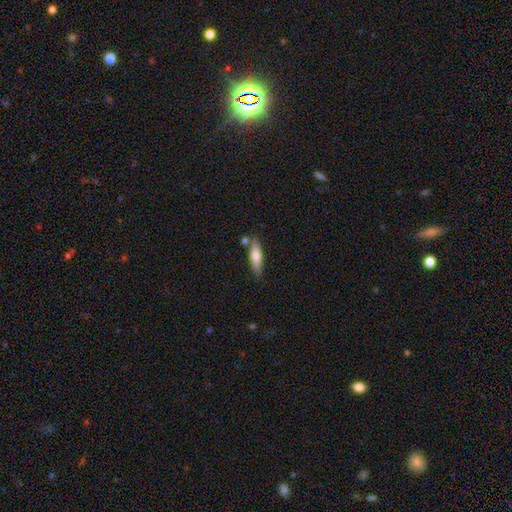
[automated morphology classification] smooth_or_featured: smooth (p=0.71) [alt: featured or disk p=0.23]
how_rounded: cigar-shaped (p=0.60) [alt: in between p=0.38]
merging: none (p=0.75) [alt: minor disturbance p=0.13]